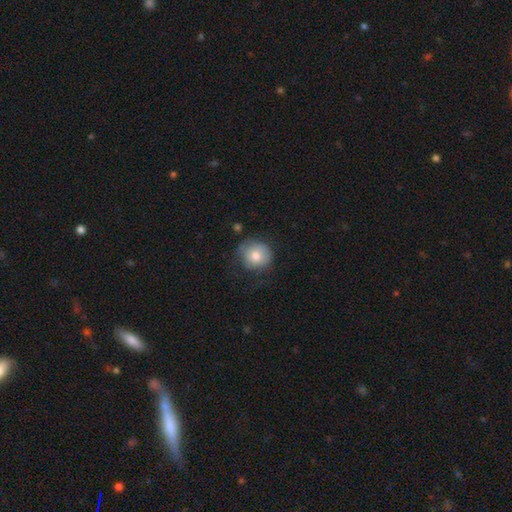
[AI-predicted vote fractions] Q: Smooth or featured?
A: smooth (76%); runner-up: featured or disk (16%)
Q: How rounded?
A: round (88%); runner-up: in between (11%)
Q: Merging?
A: none (62%); runner-up: minor disturbance (25%)